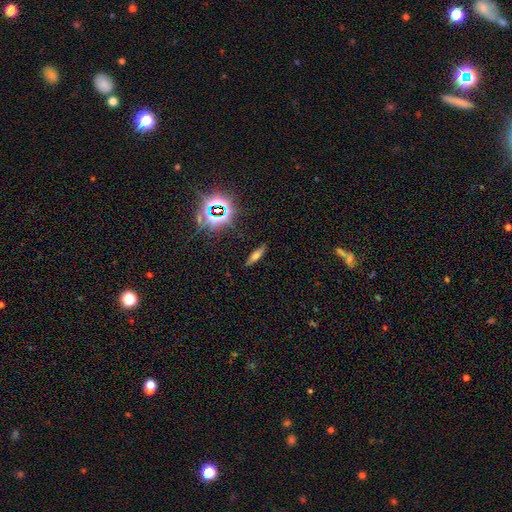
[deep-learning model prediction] Overall: smooth (52%; featured or disk 26%). How rounded: cigar-shaped (65%; in between 31%). Merging: none (87%).